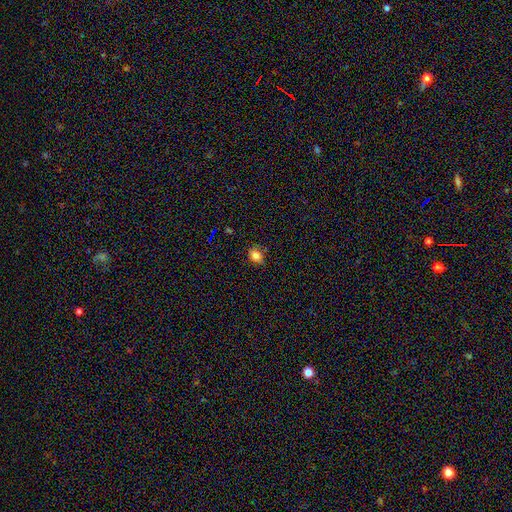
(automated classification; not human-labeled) smooth_or_featured: smooth (p=0.80) [alt: star or artifact p=0.13]
how_rounded: round (p=0.52) [alt: in between p=0.46]
merging: none (p=0.75) [alt: minor disturbance p=0.20]